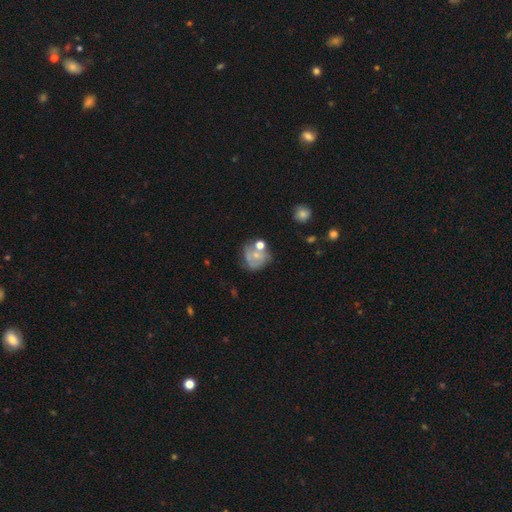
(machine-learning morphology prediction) This appears to be a smooth galaxy with no disk features (46%). Merging: none (42%).